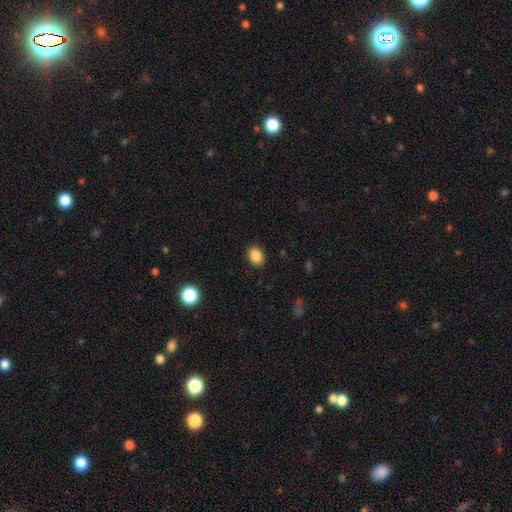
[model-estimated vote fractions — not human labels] Smooth or featured? Predicted: smooth (p=0.88). How rounded? Predicted: in between (p=0.69). Merging? Predicted: none (p=0.89).